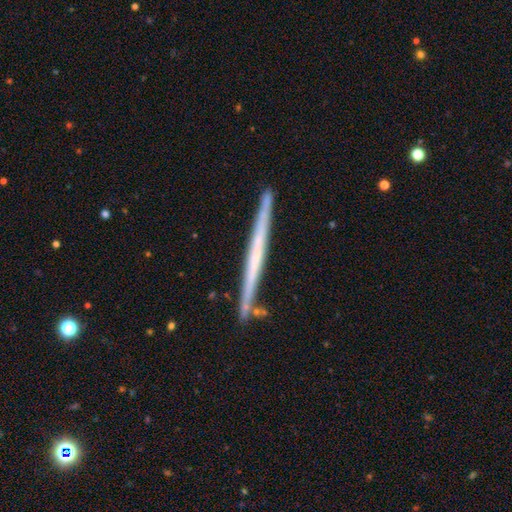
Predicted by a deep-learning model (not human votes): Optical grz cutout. It shows a featured or disk galaxy (64%) viewed edge-on (97%) with no central bulge (84%). Merging: none (86%).